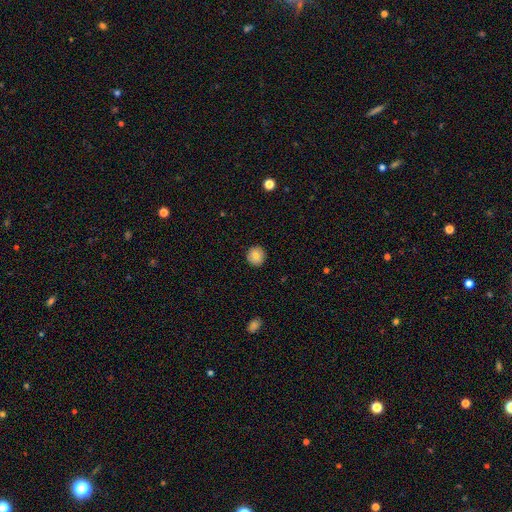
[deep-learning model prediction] Smooth or featured? smooth (82%)
How rounded? round (94%)
Merging? none (92%)